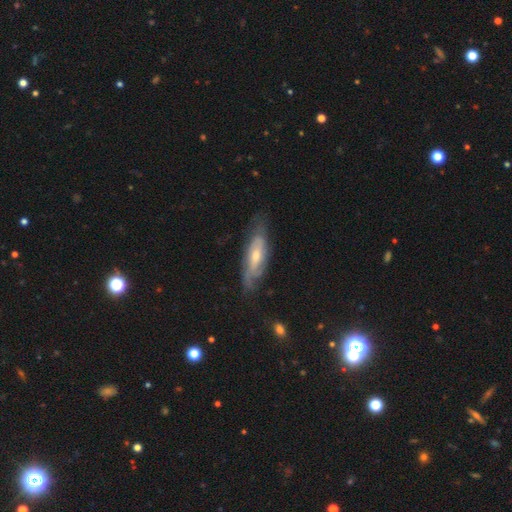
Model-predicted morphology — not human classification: This appears to be a featured or disk galaxy (69%) with no bar (58%), spiral arms (84%) and a moderate central bulge (51%). Merging: none (69%).